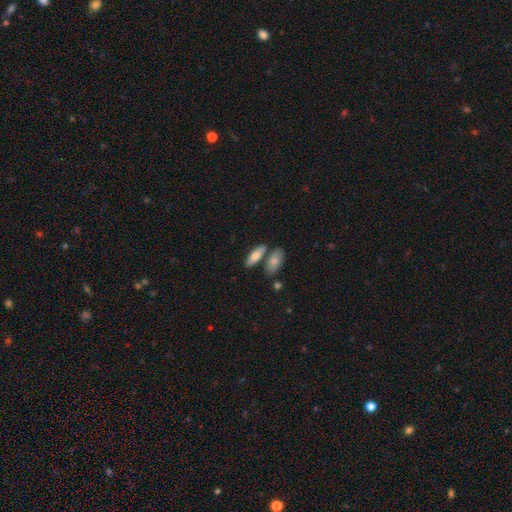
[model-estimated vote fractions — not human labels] This appears to be a smooth galaxy with no disk features (72%) that is in between round and cigar-shaped (65%). Merging: none (65%).